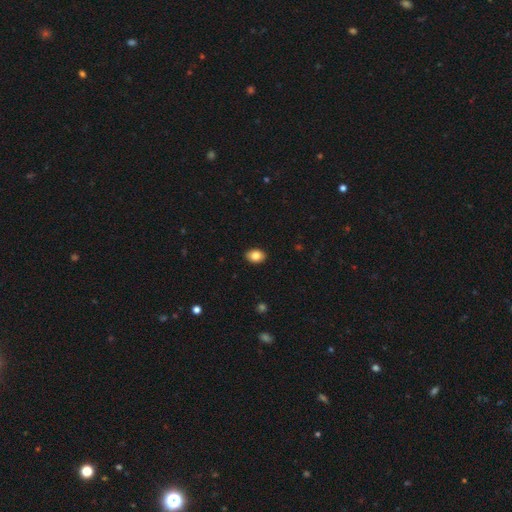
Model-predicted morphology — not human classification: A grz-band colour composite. It shows a smooth galaxy with no disk features (82%) that is in between round and cigar-shaped (75%). Merging: none (90%).